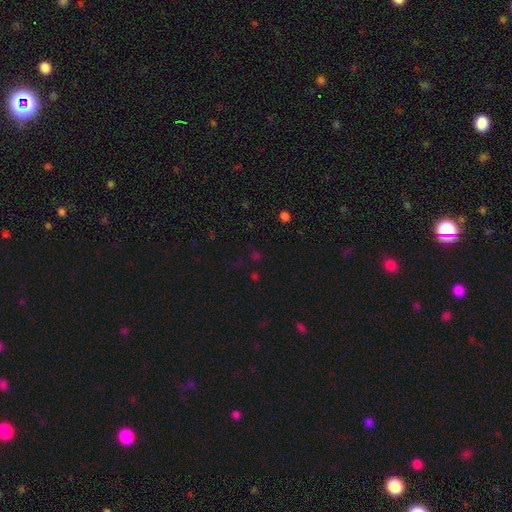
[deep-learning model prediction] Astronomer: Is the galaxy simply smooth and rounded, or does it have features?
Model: star or artifact — 55% (runner-up: smooth, 38%).